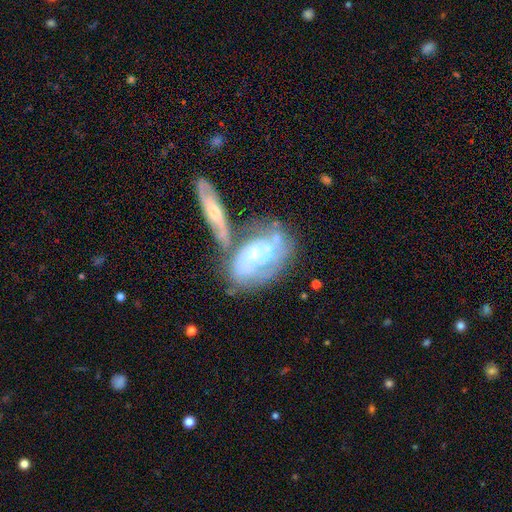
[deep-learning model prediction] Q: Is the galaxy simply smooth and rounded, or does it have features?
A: featured or disk — 69%.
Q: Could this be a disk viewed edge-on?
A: no — 92%.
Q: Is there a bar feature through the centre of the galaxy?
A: no — 68%.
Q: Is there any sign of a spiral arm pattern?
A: yes — 68%.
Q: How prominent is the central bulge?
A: small — 46%.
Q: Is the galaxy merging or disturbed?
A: merger — 42%.